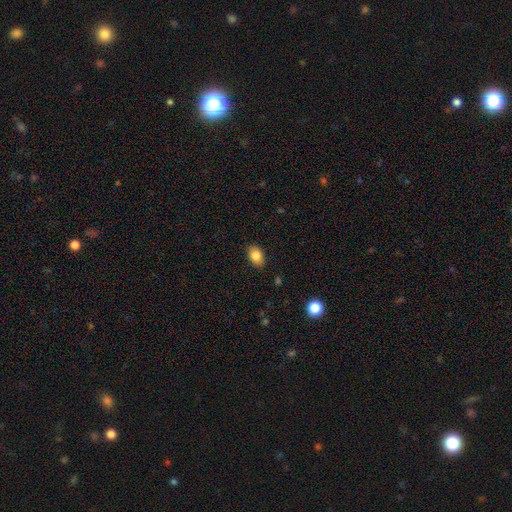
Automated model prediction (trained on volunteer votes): Morphology: type=smooth (83%); roundness=in between (82%); merging=none (86%).